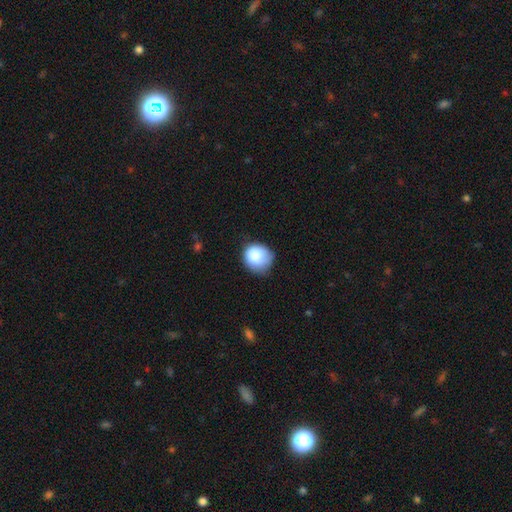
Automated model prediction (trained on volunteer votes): A smooth galaxy with no disk features (86%) that is round (78%).

Vote fractions:
- Smooth or featured? smooth: 86% / star or artifact: 8% / featured or disk: 7%
- How rounded? round: 78% / in between: 21% / cigar-shaped: 1%
- Merging? none: 53% / minor disturbance: 36% / major disturbance: 8% / merger: 2%